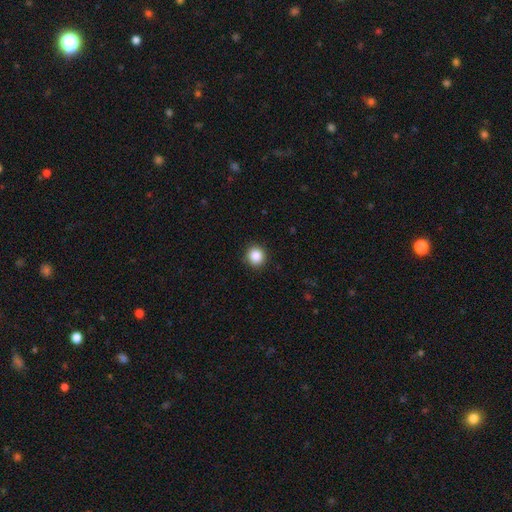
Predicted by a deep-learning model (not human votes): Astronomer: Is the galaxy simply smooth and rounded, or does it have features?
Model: smooth — 87%.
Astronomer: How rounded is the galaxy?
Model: round — 90%.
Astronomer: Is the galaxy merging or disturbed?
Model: none — 91%.